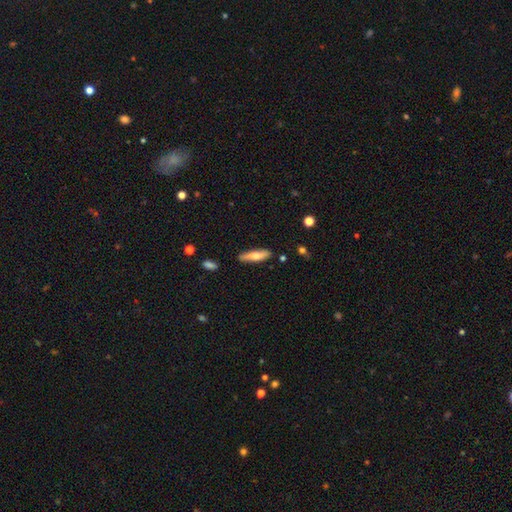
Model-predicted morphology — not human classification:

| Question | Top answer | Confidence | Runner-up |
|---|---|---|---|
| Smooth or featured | smooth | 67% | featured or disk (27%) |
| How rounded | cigar-shaped | 74% | in between (25%) |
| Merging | none | 85% | minor disturbance (12%) |